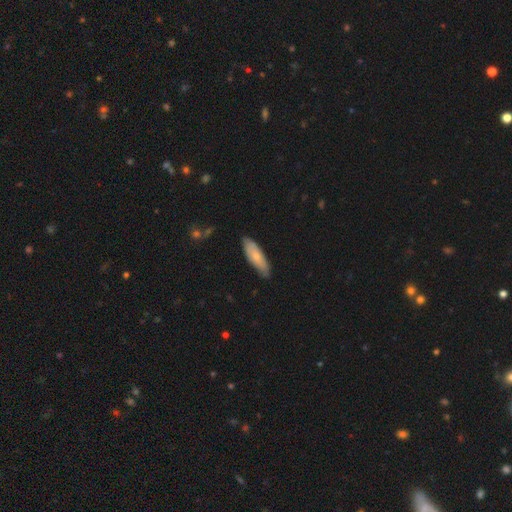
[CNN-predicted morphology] Smooth or featured? smooth (66%)
How rounded? in between (53%)
Merging? none (75%)